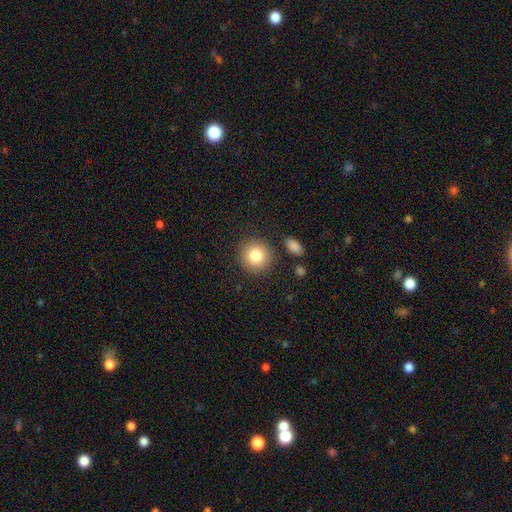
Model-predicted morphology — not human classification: Smooth or featured?
  - smooth: 83% *
  - star or artifact: 9%
  - featured or disk: 8%
How rounded?
  - round: 91% *
  - in between: 8%
  - cigar-shaped: 1%
Merging?
  - none: 86% *
  - minor disturbance: 8%
  - merger: 3%
  - major disturbance: 3%